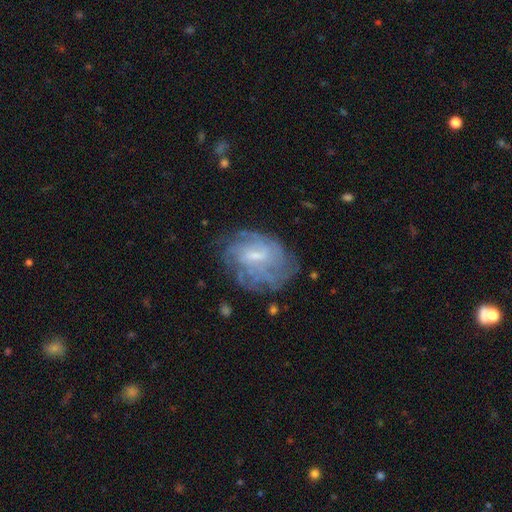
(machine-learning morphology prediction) smooth_or_featured: featured or disk (p=0.73) [alt: smooth p=0.18]
disk_edge_on: no (p=0.97) [alt: yes p=0.03]
bar: weak (p=0.59) [alt: no p=0.29]
has_spiral_arms: yes (p=0.85) [alt: no p=0.15]
spiral_winding: tight (p=0.56) [alt: medium p=0.32]
spiral_arm_count: can't tell (p=0.56) [alt: 4 p=0.14]
bulge_size: small (p=0.50) [alt: moderate p=0.33]
merging: none (p=0.67) [alt: minor disturbance p=0.20]